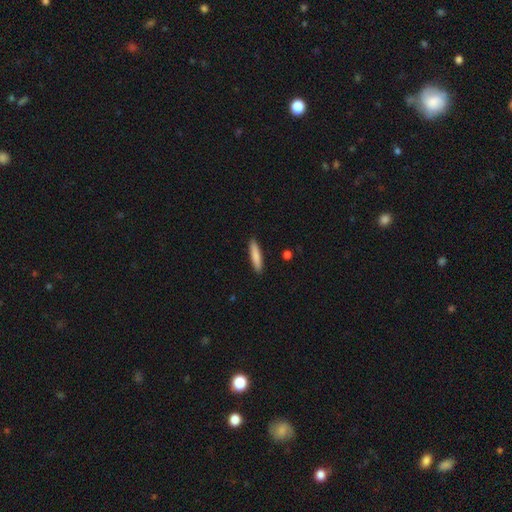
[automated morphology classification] Smooth or featured? smooth (83%)
How rounded? cigar-shaped (86%)
Merging? none (91%)